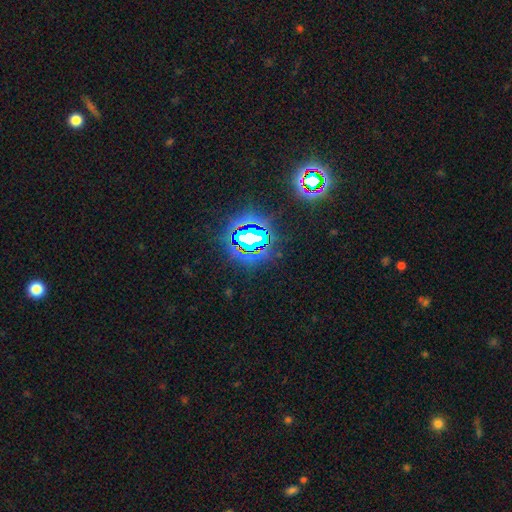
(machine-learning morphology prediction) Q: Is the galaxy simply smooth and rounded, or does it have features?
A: star or artifact — 84%.